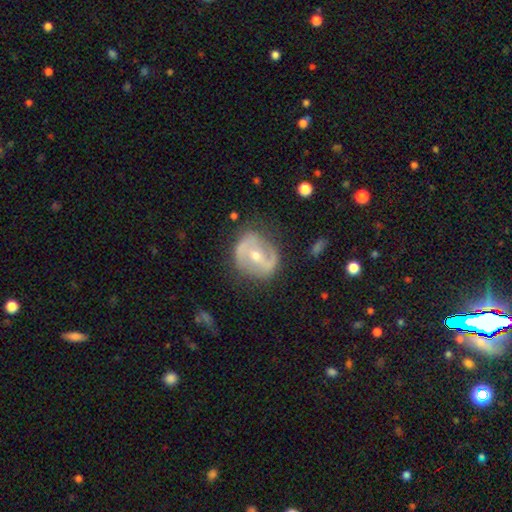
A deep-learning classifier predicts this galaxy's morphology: Smooth or featured?
  - featured or disk: 77% *
  - smooth: 17%
  - star or artifact: 6%
Edge-on disk?
  - no: 96% *
  - yes: 4%
Bar?
  - strong: 38% *
  - weak: 36%
  - no: 26%
Spiral arms?
  - yes: 75% *
  - no: 25%
Spiral winding?
  - medium: 43% *
  - loose: 29%
  - tight: 28%
Spiral arm count?
  - 2: 82% *
  - can't tell: 10%
  - 1: 4%
  - 3: 2%
  - 4: 1%
  - more than 4: 1%
Bulge size?
  - moderate: 56% *
  - small: 41%
  - large: 2%
  - none: 1%
  - dominant: 1%
Merging?
  - none: 72% *
  - minor disturbance: 19%
  - major disturbance: 8%
  - merger: 2%